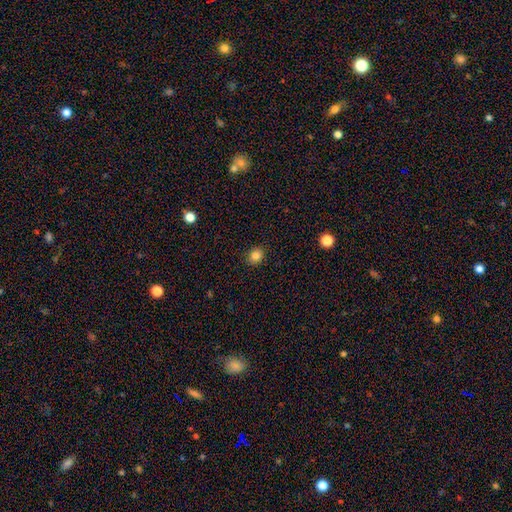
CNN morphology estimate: smooth_or_featured: smooth (p=0.84) [alt: star or artifact p=0.12]
how_rounded: round (p=0.71) [alt: in between p=0.29]
merging: none (p=0.90) [alt: minor disturbance p=0.07]